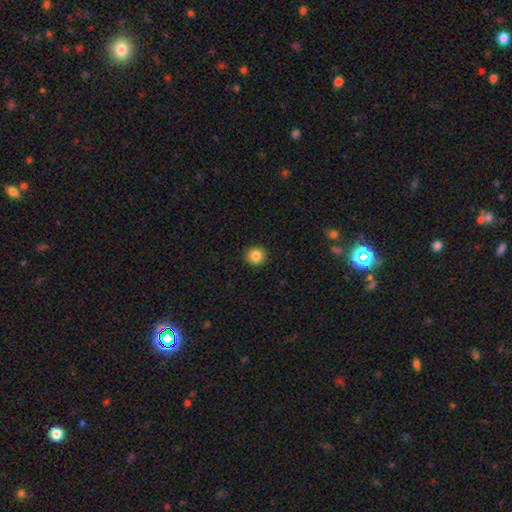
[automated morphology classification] A smooth galaxy with no disk features (85%) that is round (91%). Merging: none (92%).